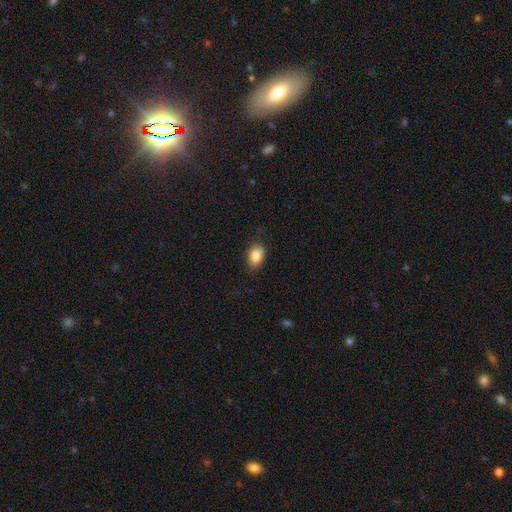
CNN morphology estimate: This is clearly a smooth galaxy (84%). How rounded: clearly in between (80%). Merging: likely none (79%).